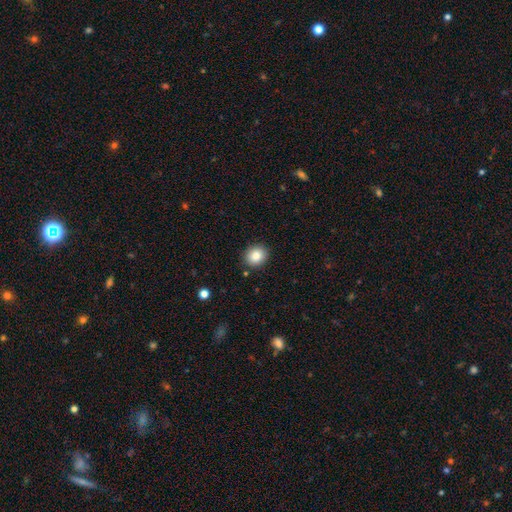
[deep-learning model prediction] This appears to be a smooth galaxy with no disk features (84%) that is round (79%). Merging: none (90%).